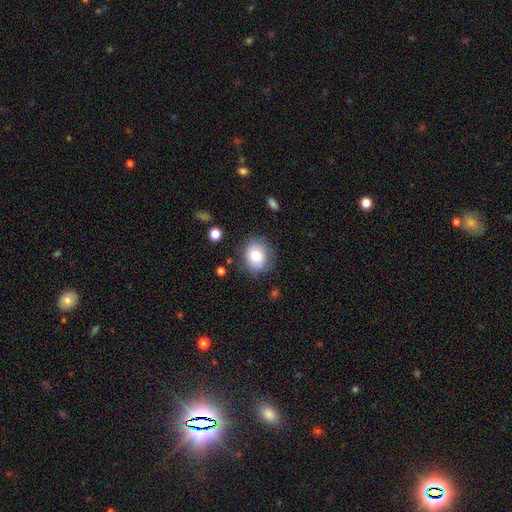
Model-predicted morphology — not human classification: Smooth or featured: smooth — 81% (featured or disk — 11%)
How rounded: round — 65% (in between — 34%)
Merging: none — 78% (minor disturbance — 16%)